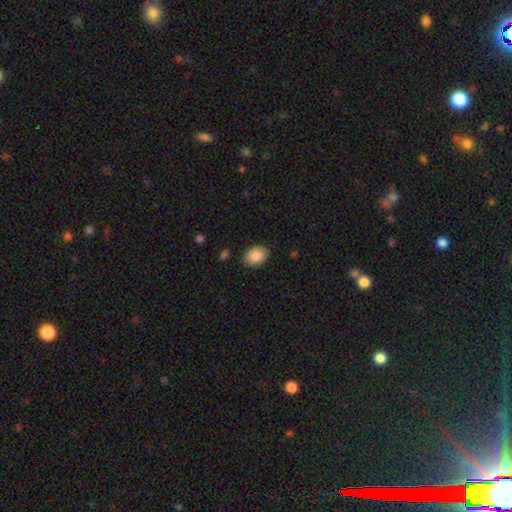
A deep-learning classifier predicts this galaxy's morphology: smooth_or_featured: smooth (p=0.89) [alt: star or artifact p=0.07]
how_rounded: in between (p=0.78) [alt: round p=0.21]
merging: none (p=0.85) [alt: minor disturbance p=0.11]